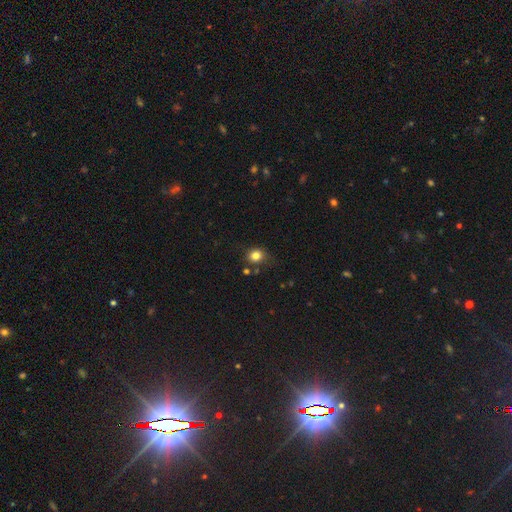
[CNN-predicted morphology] Smooth or featured? smooth (82%)
How rounded? round (73%)
Merging? none (76%)